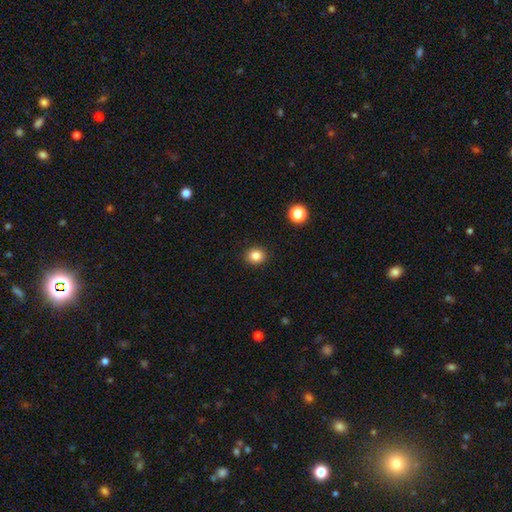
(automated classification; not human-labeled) This is clearly a smooth galaxy (84%). How rounded: likely round (78%). Merging: clearly none (92%).